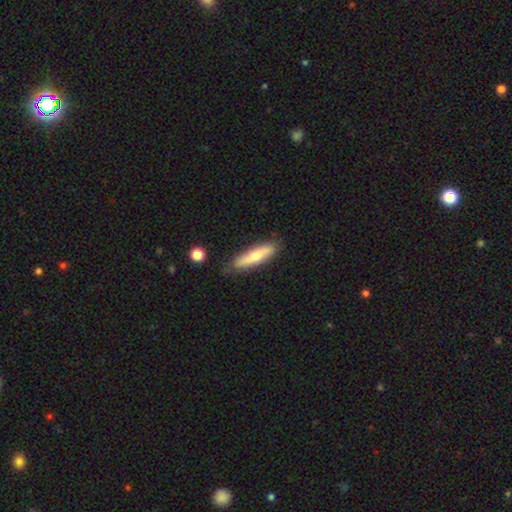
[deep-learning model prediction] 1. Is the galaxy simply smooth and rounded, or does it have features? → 59% smooth, 35% featured or disk, 6% star or artifact.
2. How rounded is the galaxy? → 74% cigar-shaped, 24% in between, 2% round.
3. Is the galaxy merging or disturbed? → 80% none, 14% minor disturbance, 3% major disturbance, 3% merger.